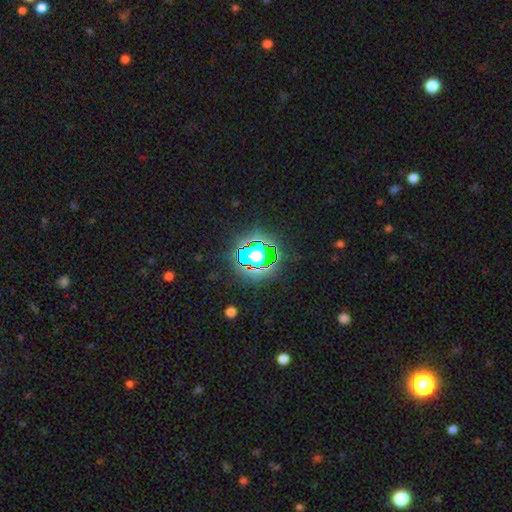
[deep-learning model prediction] Smooth or featured? star or artifact (63%)